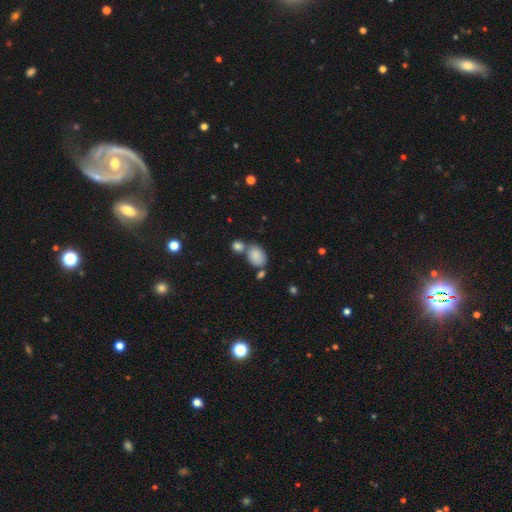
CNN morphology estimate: Smooth or featured: smooth — 85% (star or artifact — 8%)
How rounded: in between — 73% (round — 26%)
Merging: none — 48% (merger — 32%)